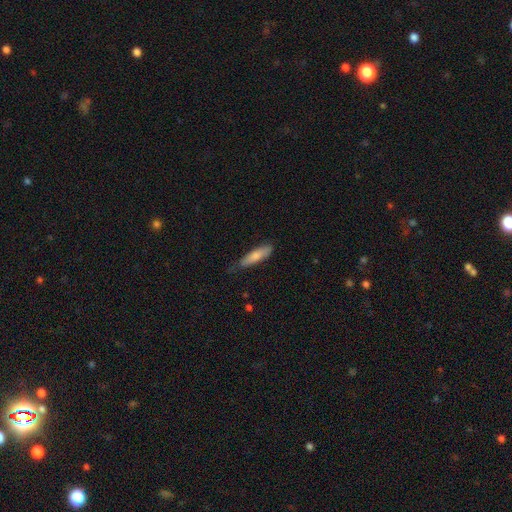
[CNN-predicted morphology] This appears to be a smooth galaxy with no disk features (76%) that is cigar-shaped (68%). Merging: none (68%).